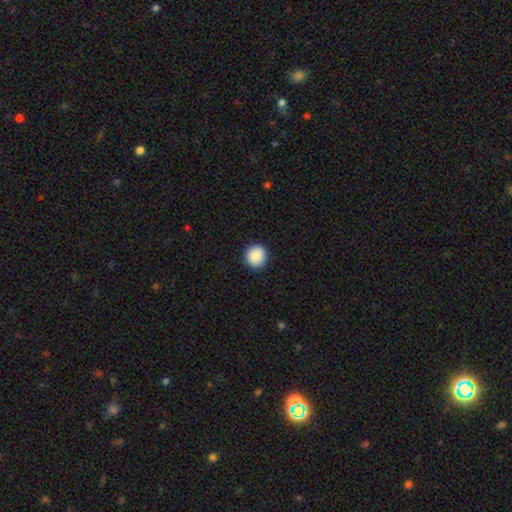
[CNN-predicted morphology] Smooth or featured? Predicted: smooth (p=0.90). How rounded? Predicted: round (p=0.95). Merging? Predicted: none (p=0.92).